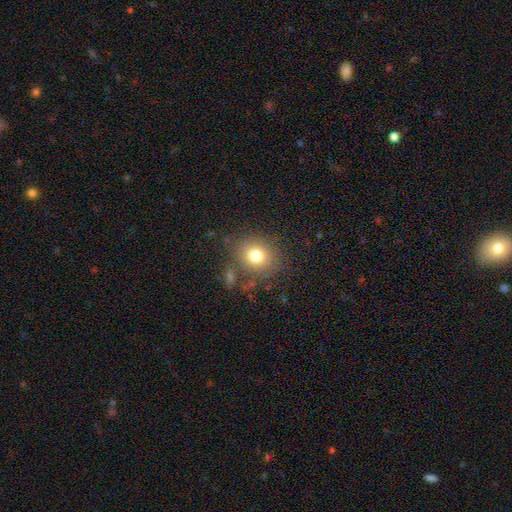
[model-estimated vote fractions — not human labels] The model was most divided on "how rounded": round: 81%, in between: 18%, cigar-shaped: 1%. More confident: merging — none (80%); smooth or featured — smooth (77%).